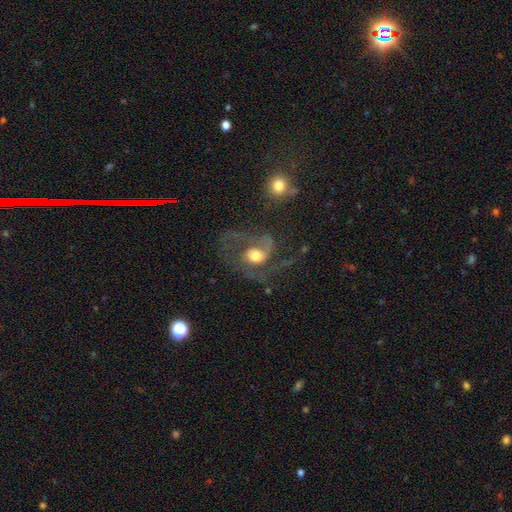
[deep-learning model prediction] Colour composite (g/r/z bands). It shows a featured or disk galaxy (74%) with no bar (69%), 2 (52%) medium (48%) spiral arms (87%) and a moderate central bulge (60%). Merging: major disturbance (41%).